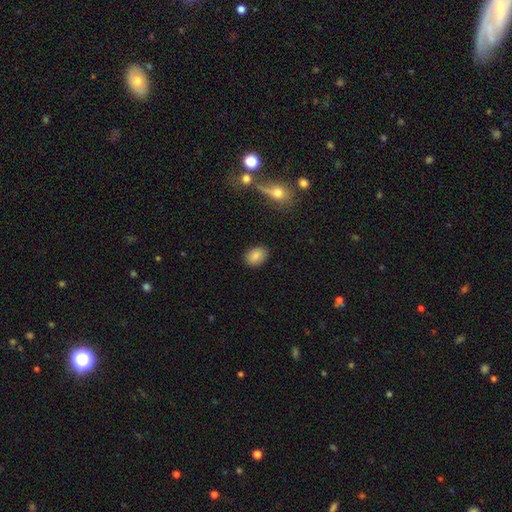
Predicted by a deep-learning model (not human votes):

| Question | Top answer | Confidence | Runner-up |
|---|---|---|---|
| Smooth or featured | smooth | 84% | star or artifact (9%) |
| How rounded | in between | 73% | round (26%) |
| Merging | none | 87% | minor disturbance (9%) |